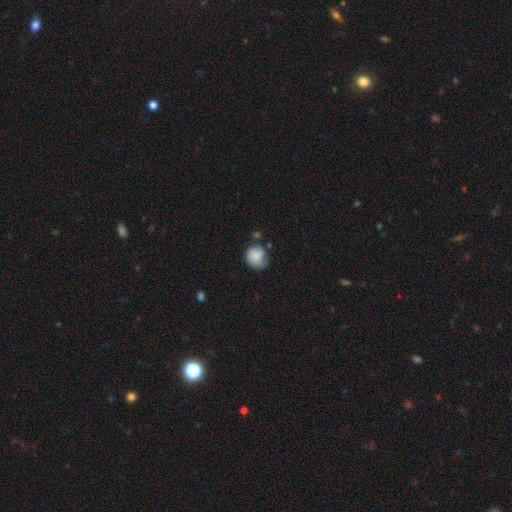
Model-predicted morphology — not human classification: Smooth or featured? smooth (74%)
How rounded? round (76%)
Merging? none (44%)